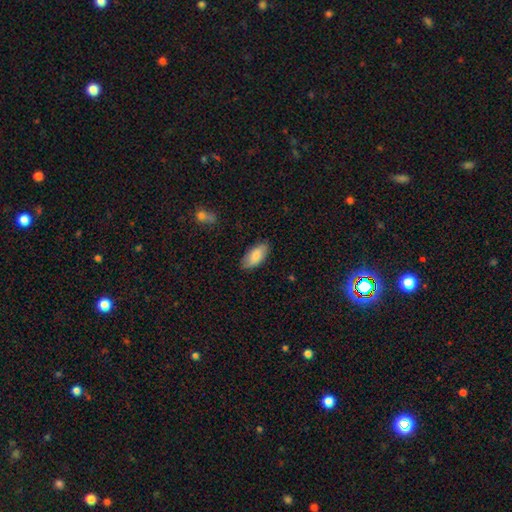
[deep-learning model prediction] smooth-or-featured: smooth: 84% | featured or disk: 11% | star or artifact: 6%
  how-rounded: in between: 90% | cigar-shaped: 8% | round: 2%
  merging: none: 85% | minor disturbance: 12% | major disturbance: 2% | merger: 1%